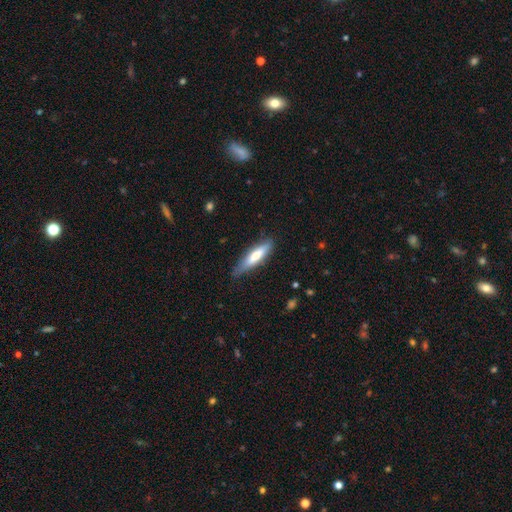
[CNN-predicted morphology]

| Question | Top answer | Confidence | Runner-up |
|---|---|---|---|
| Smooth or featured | smooth | 61% | featured or disk (33%) |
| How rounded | cigar-shaped | 71% | in between (27%) |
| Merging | none | 75% | minor disturbance (20%) |